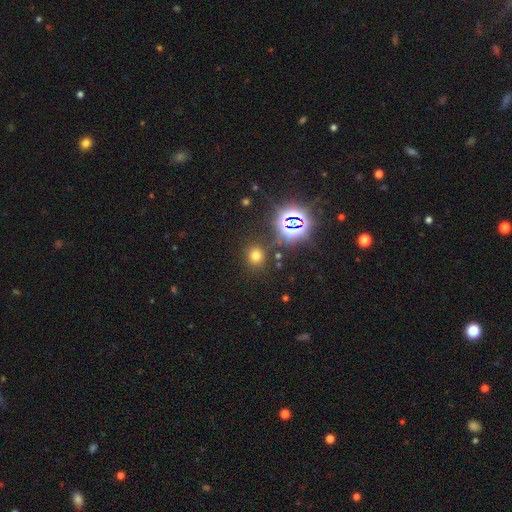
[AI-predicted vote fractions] The model was most divided on "smooth or featured": smooth: 63%, star or artifact: 30%, featured or disk: 8%. More confident: merging — none (83%); how rounded — round (80%).